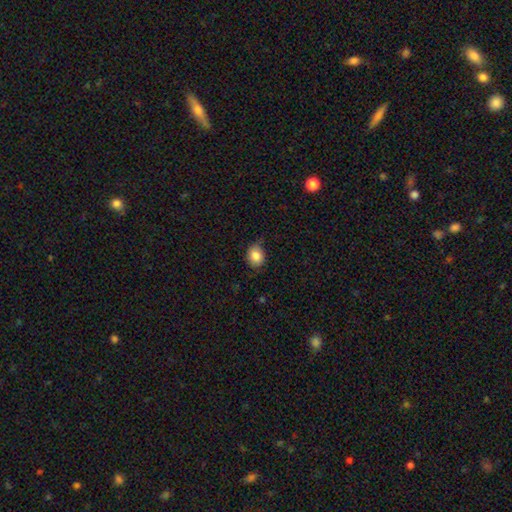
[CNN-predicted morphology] Smooth or featured? Predicted: smooth (p=0.84). How rounded? Predicted: round (p=0.56). Merging? Predicted: none (p=0.69).